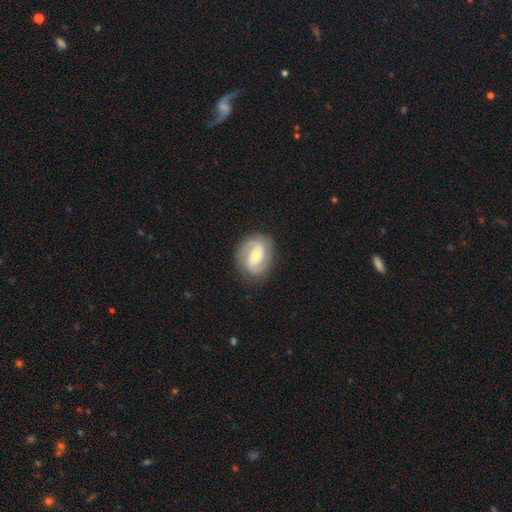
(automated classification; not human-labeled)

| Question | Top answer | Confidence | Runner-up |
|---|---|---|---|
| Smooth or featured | featured or disk | 79% | smooth (15%) |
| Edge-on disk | no | 97% | yes (3%) |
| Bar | weak | 40% | tied: no (40%) |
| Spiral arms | yes | 94% | no (6%) |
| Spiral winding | medium | 46% | tight (31%) |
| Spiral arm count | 2 | 88% | can't tell (5%) |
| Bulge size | moderate | 50% | small (46%) |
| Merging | none | 83% | minor disturbance (12%) |